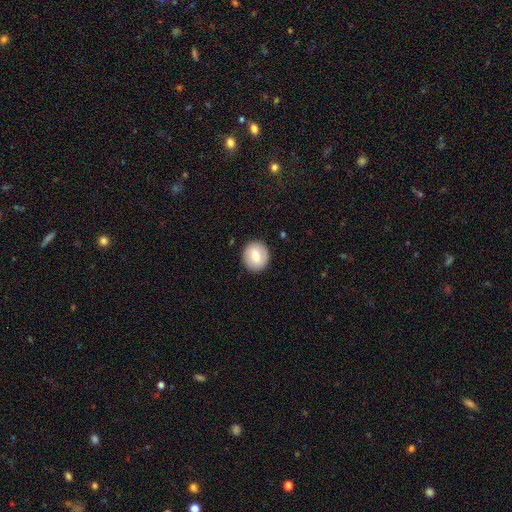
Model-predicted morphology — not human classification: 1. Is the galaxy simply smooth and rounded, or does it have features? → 68% smooth, 25% featured or disk, 7% star or artifact.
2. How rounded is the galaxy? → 87% round, 12% in between, 1% cigar-shaped.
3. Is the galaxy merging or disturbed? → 90% none, 7% minor disturbance, 2% major disturbance, 1% merger.